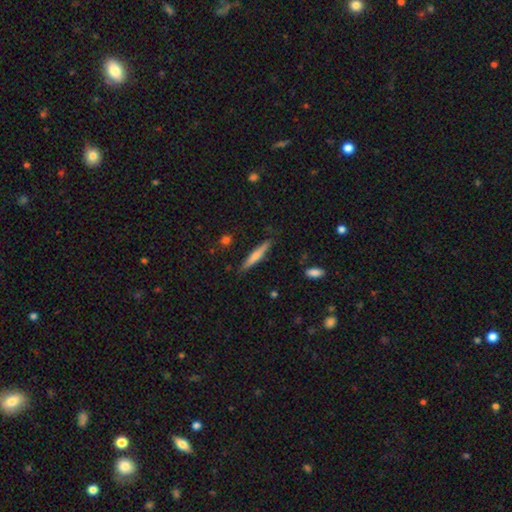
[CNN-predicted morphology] smooth 58%, featured or disk 37%, star or artifact 6%. Down the decision tree: how rounded — cigar-shaped (92%); merging — none (84%).